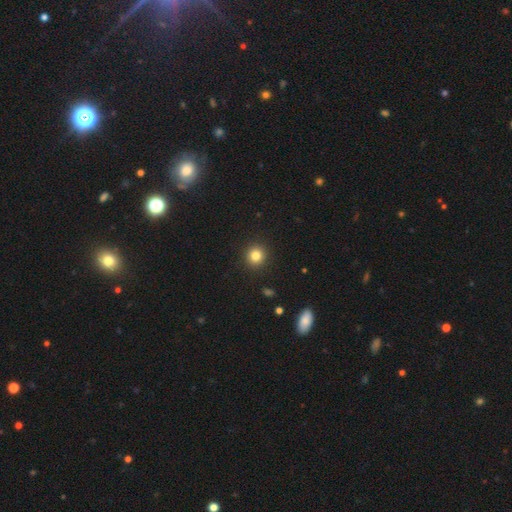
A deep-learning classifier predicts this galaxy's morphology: smooth 83%, star or artifact 11%, featured or disk 6%. Down the decision tree: how rounded — round (90%); merging — none (92%).